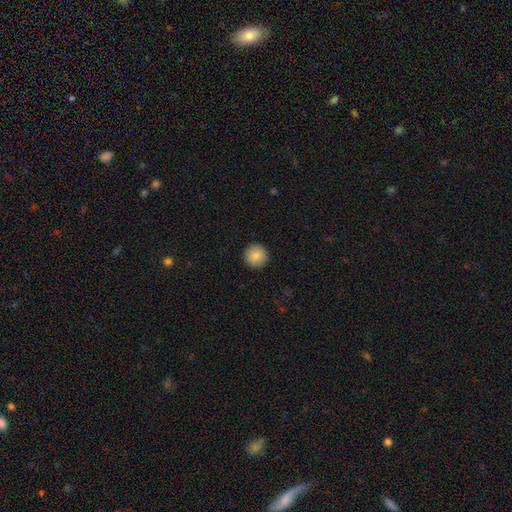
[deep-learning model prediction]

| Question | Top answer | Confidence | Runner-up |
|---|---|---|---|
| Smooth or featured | smooth | 87% | star or artifact (8%) |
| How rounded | round | 96% | in between (3%) |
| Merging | none | 93% | minor disturbance (4%) |